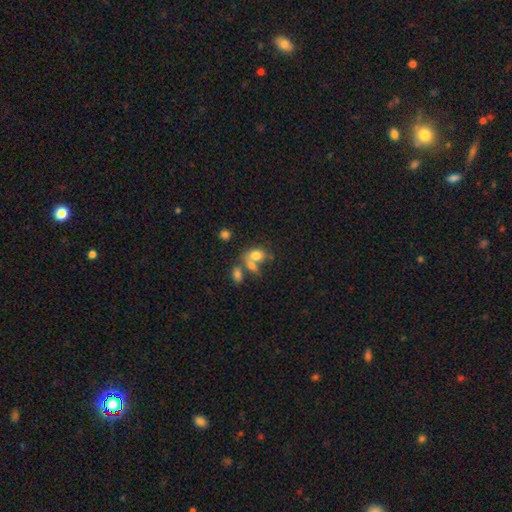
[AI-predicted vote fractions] Q: Smooth or featured?
A: smooth (75%); runner-up: featured or disk (15%)
Q: How rounded?
A: in between (75%); runner-up: round (23%)
Q: Merging?
A: merger (47%); runner-up: none (32%)